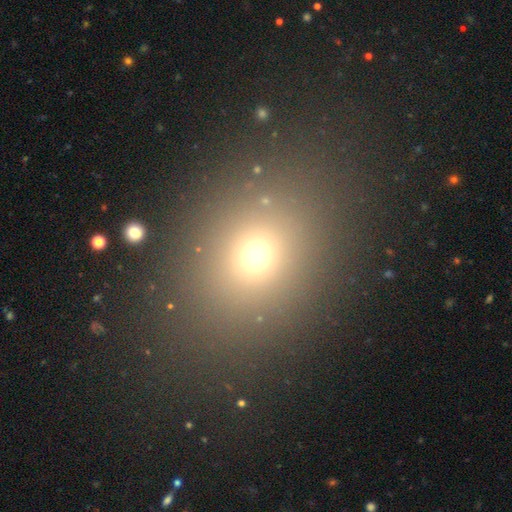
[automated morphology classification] Smooth or featured? smooth (68%)
How rounded? round (50%)
Merging? none (85%)